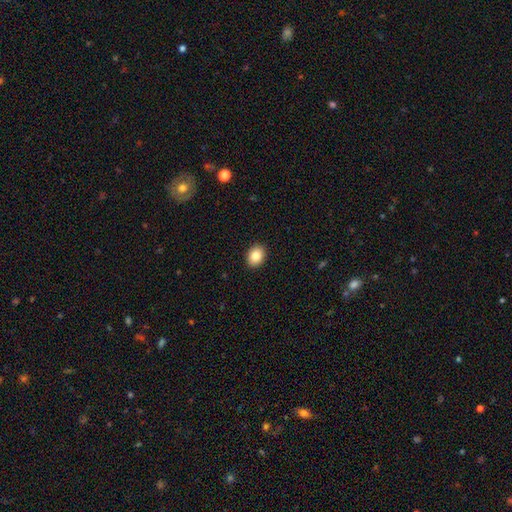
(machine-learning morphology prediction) type=smooth (85%); roundness=in between (65%); merging=none (91%).